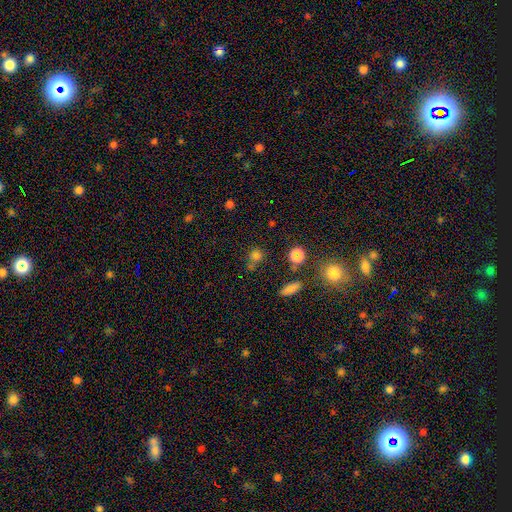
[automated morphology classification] type=smooth (68%); roundness=round (80%); merging=none (63%).